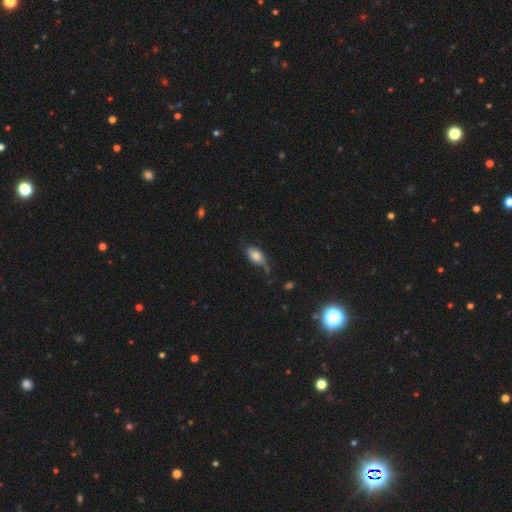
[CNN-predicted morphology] A smooth galaxy with no disk features (76%) that is in between round and cigar-shaped (89%).

Vote fractions:
- Smooth or featured? smooth: 76% / featured or disk: 16% / star or artifact: 8%
- How rounded? in between: 89% / round: 6% / cigar-shaped: 5%
- Merging? none: 50% / minor disturbance: 32% / major disturbance: 13% / merger: 5%